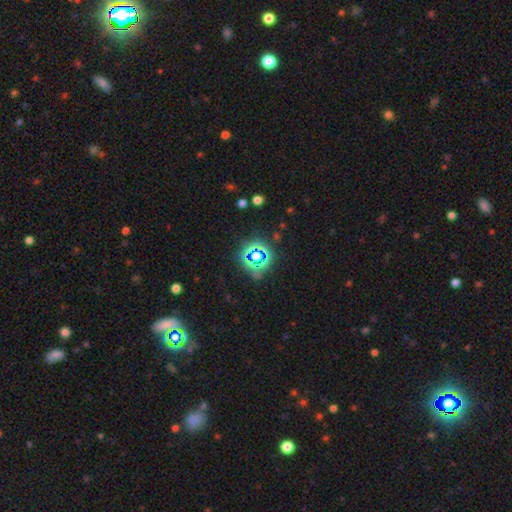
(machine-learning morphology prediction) Q: Smooth or featured?
A: star or artifact (63%); runner-up: smooth (27%)